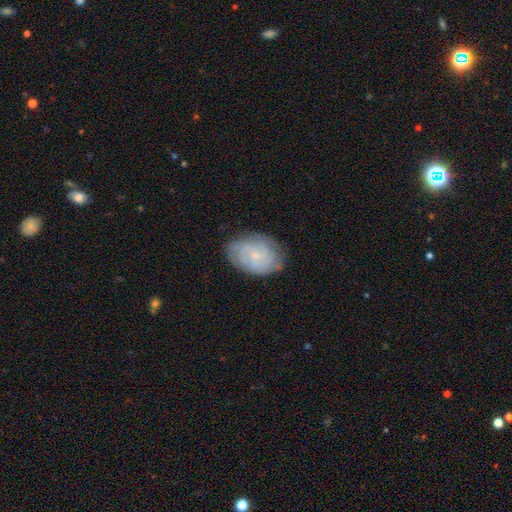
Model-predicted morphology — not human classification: A featured or disk galaxy (57%) with no bar (77%), spiral arms (83%) and a small central bulge (80%).

Vote fractions:
- Smooth or featured? featured or disk: 57% / smooth: 35% / star or artifact: 8%
- Edge-on disk? no: 97% / yes: 3%
- Bar? no: 77% / weak: 20% / strong: 3%
- Spiral arms? yes: 83% / no: 17%
- Bulge size? small: 80% / moderate: 12% / none: 6% / large: 1% / dominant: 1%
- Merging? none: 74% / minor disturbance: 19% / major disturbance: 6% / merger: 1%